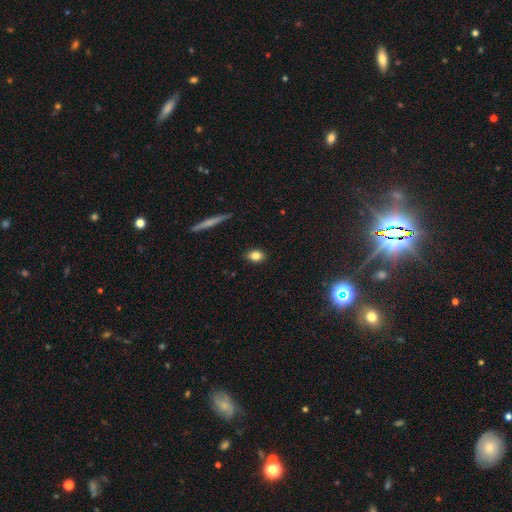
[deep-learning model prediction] A smooth galaxy with no disk features (81%) that is in between round and cigar-shaped (73%).

Vote fractions:
- Smooth or featured? smooth: 81% / star or artifact: 9% / featured or disk: 9%
- How rounded? in between: 73% / round: 23% / cigar-shaped: 3%
- Merging? none: 89% / minor disturbance: 8% / major disturbance: 2% / merger: 1%